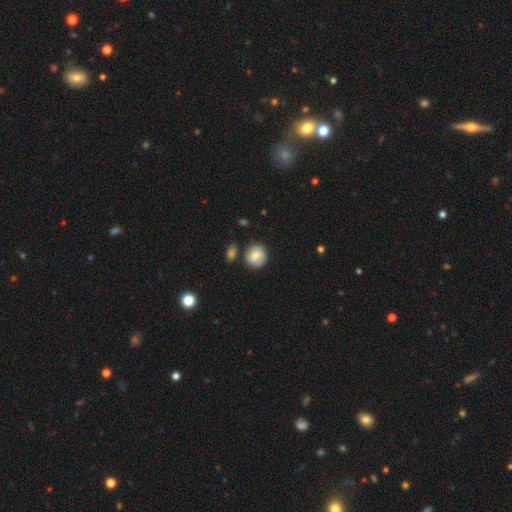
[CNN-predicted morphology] Overall: smooth (78%). How rounded: round (85%). Merging: none (74%).